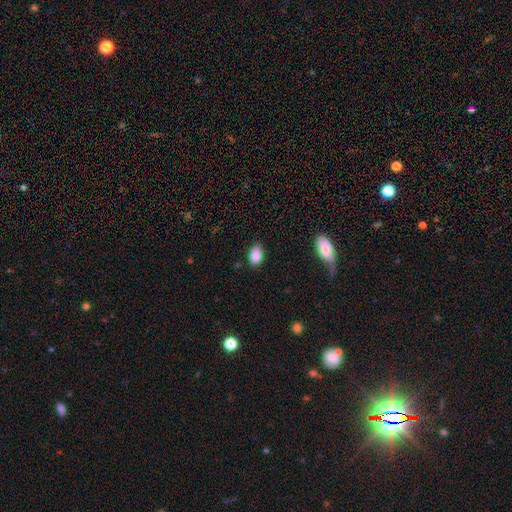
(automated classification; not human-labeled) This appears to be a smooth galaxy with no disk features (86%) that is in between round and cigar-shaped (85%). Merging: none (81%).